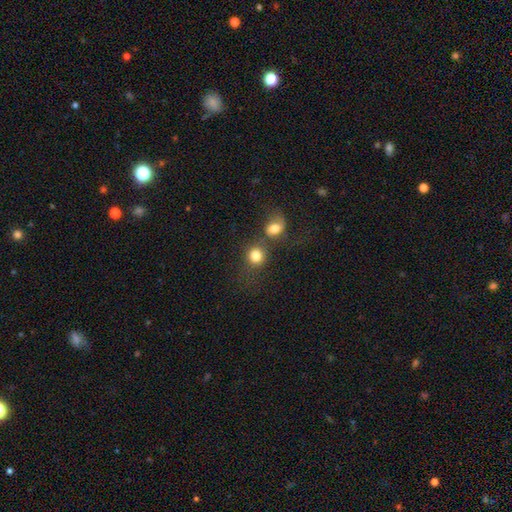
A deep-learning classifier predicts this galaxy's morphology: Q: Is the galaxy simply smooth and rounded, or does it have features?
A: smooth — 81%.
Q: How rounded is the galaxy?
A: round — 80%.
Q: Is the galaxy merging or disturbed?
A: none — 46%.